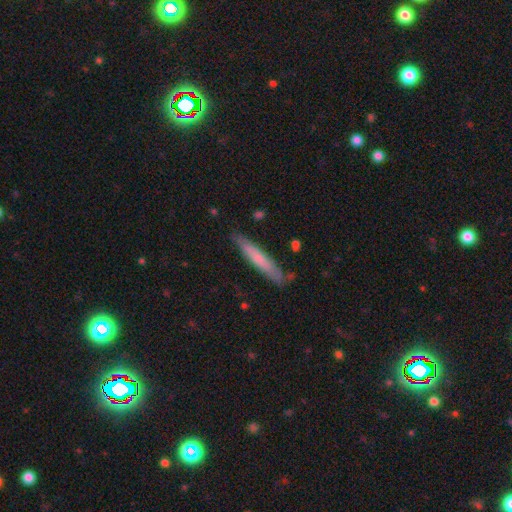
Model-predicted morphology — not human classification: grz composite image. It shows a smooth galaxy with no disk features (63%) that is cigar-shaped (93%). Merging: none (83%).